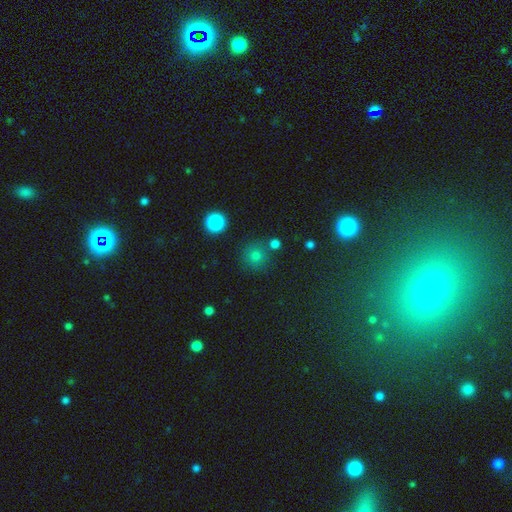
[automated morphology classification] smooth-or-featured: smooth: 69% | star or artifact: 24% | featured or disk: 7%
  how-rounded: round: 92% | in between: 6% | cigar-shaped: 1%
  merging: none: 78% | merger: 9% | minor disturbance: 9% | major disturbance: 4%